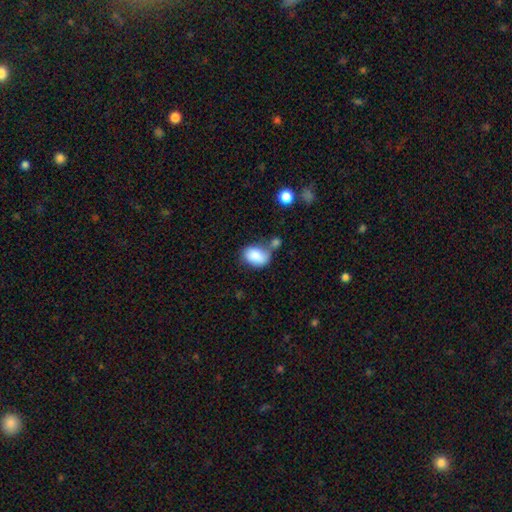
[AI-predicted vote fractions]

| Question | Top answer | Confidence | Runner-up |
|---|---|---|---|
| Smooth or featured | smooth | 84% | featured or disk (8%) |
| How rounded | in between | 81% | round (18%) |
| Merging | none | 42% | merger (26%) |